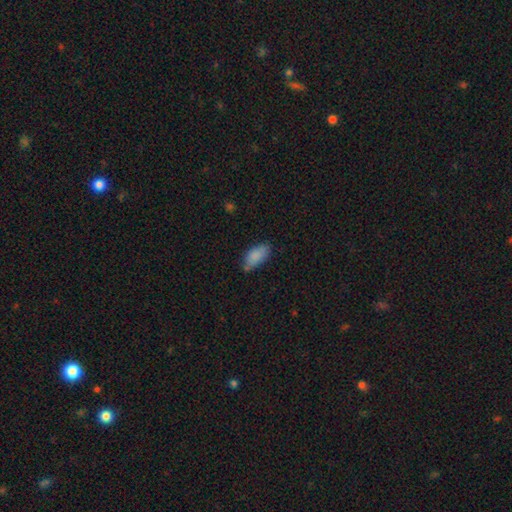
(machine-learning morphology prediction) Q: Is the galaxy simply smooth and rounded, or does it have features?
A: smooth — 86%.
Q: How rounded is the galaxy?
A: in between — 90%.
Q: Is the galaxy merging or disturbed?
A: none — 66%.